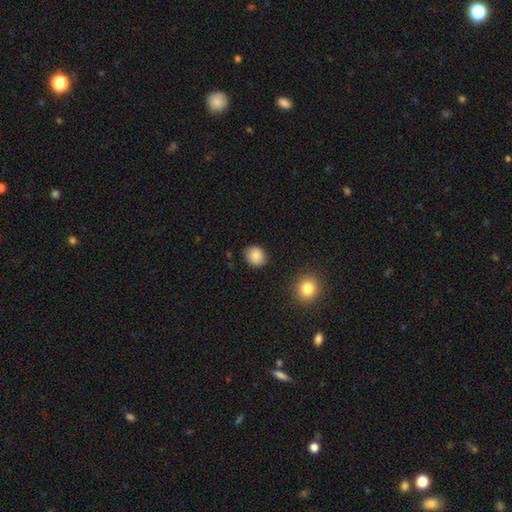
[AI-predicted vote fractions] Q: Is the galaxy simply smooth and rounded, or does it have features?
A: smooth — 86%.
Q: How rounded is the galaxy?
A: round — 69%.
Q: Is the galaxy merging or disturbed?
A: none — 83%.